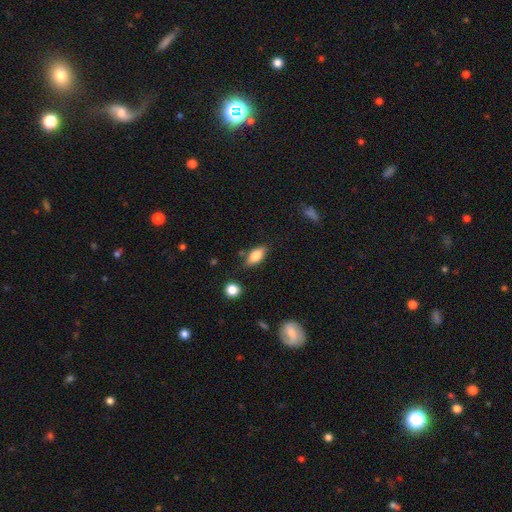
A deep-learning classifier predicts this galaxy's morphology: A smooth galaxy with no disk features (79%) that is in between round and cigar-shaped (85%). Merging: none (77%).